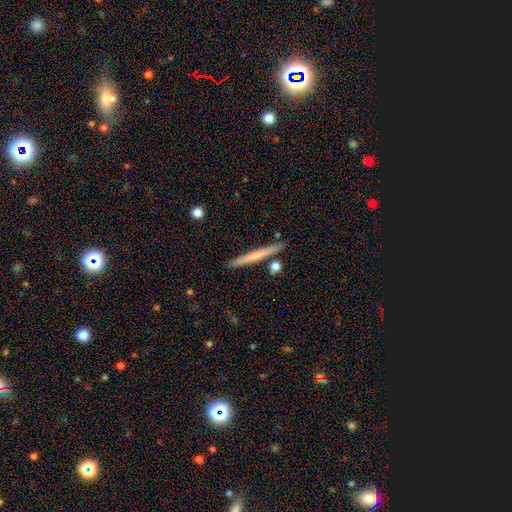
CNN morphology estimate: Smooth or featured: smooth — 57% (featured or disk — 37%)
How rounded: cigar-shaped — 96% (in between — 2%)
Merging: none — 87% (minor disturbance — 7%)